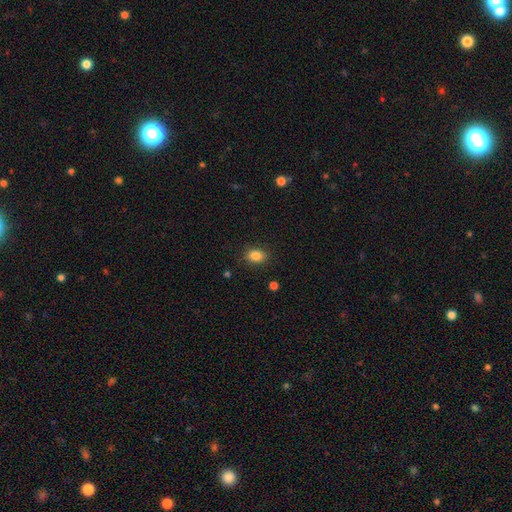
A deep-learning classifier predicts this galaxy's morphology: Smooth or featured: smooth — 85% (star or artifact — 10%)
How rounded: in between — 67% (round — 32%)
Merging: none — 87% (minor disturbance — 9%)